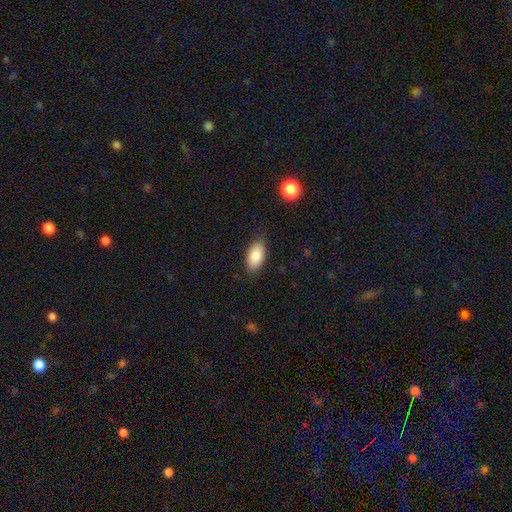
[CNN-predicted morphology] Q: Smooth or featured?
A: smooth (87%); runner-up: star or artifact (7%)
Q: How rounded?
A: in between (93%); runner-up: cigar-shaped (4%)
Q: Merging?
A: none (83%); runner-up: minor disturbance (13%)